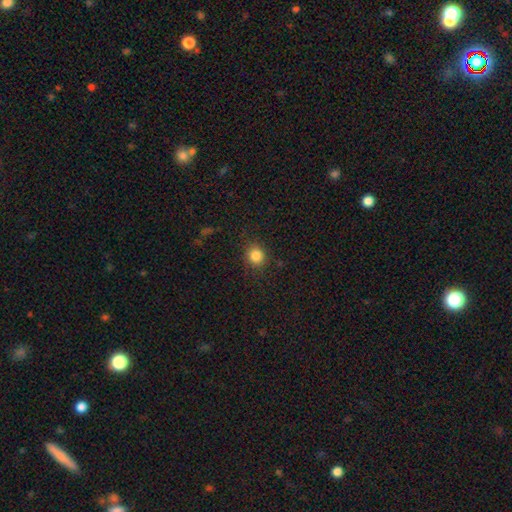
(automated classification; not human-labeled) Morphology: type=smooth (84%); roundness=round (85%); merging=none (86%).